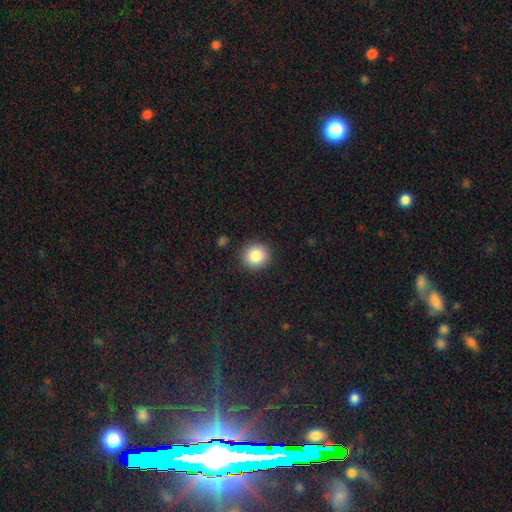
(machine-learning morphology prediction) smooth_or_featured: smooth (p=0.86) [alt: star or artifact p=0.09]
how_rounded: round (p=0.92) [alt: in between p=0.08]
merging: none (p=0.90) [alt: minor disturbance p=0.06]